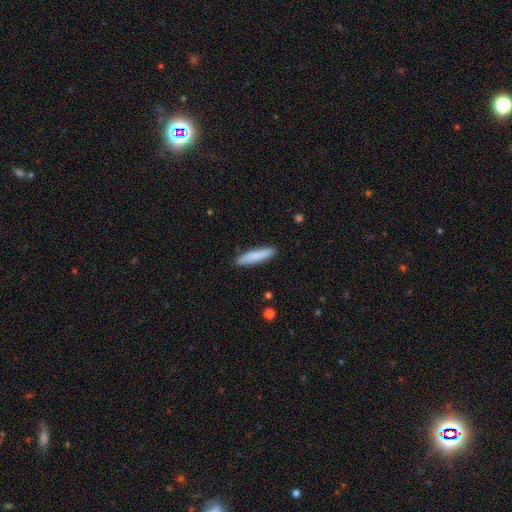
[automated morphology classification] Overall: smooth (83%). How rounded: cigar-shaped (85%). Merging: none (89%).